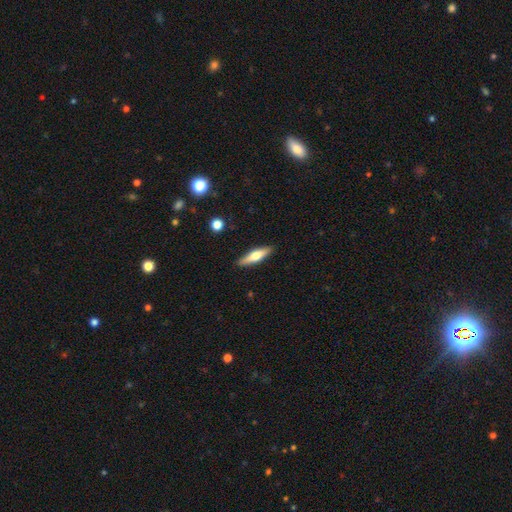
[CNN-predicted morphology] A smooth galaxy with no disk features (52%) that is cigar-shaped (69%).

Vote fractions:
- Smooth or featured? smooth: 52% / featured or disk: 42% / star or artifact: 6%
- How rounded? cigar-shaped: 69% / in between: 29% / round: 2%
- Merging? none: 89% / minor disturbance: 8% / major disturbance: 2% / merger: 1%